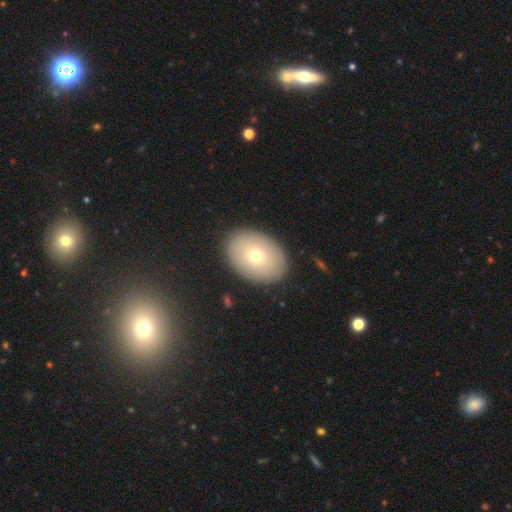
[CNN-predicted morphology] Overall: smooth (66%; featured or disk 26%). How rounded: in between (79%). Merging: none (89%).